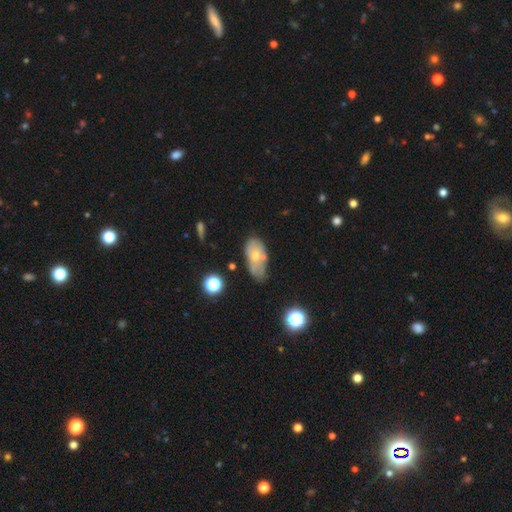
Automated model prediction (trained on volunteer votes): Q: Smooth or featured?
A: smooth (56%); runner-up: featured or disk (35%)
Q: How rounded?
A: in between (90%); runner-up: round (6%)
Q: Merging?
A: none (46%); runner-up: minor disturbance (29%)